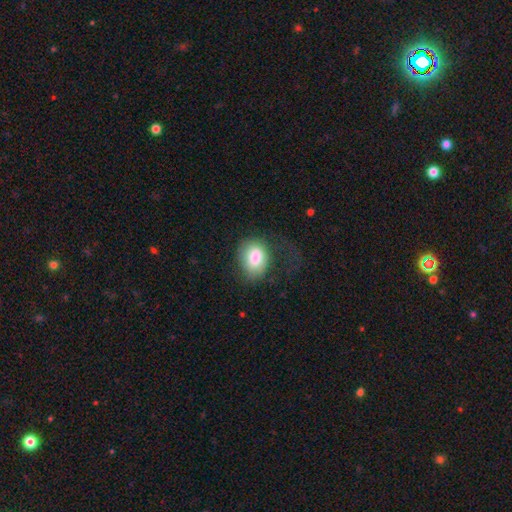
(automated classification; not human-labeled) This appears to be a smooth galaxy with no disk features (80%) that is in between round and cigar-shaped (67%). Merging: none (48%).